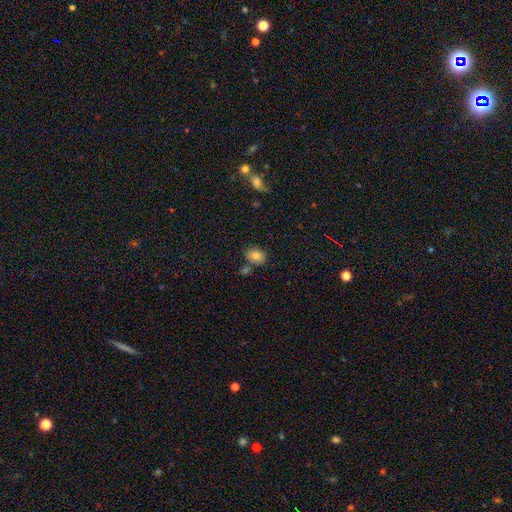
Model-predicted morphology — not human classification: Smooth or featured? Predicted: smooth (p=0.82). How rounded? Predicted: in between (p=0.66). Merging? Predicted: none (p=0.72).